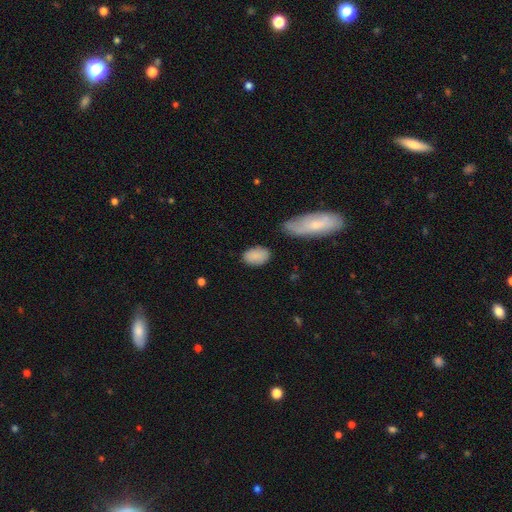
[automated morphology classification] This is clearly a smooth galaxy (86%). How rounded: clearly in between (90%). Merging: likely none (74%).